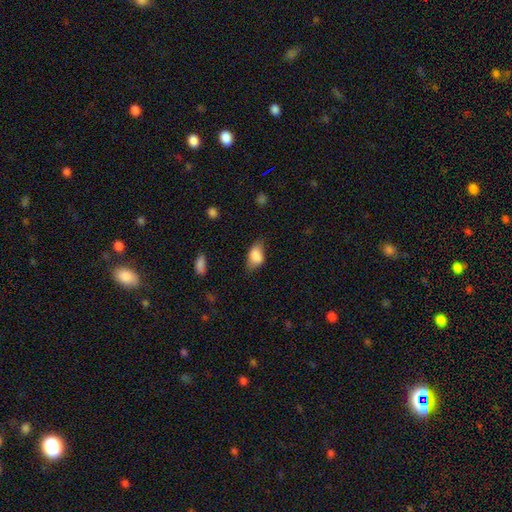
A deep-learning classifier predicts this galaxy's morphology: smooth 80%, featured or disk 12%, star or artifact 8%. Down the decision tree: how rounded — in between (88%); merging — none (55%).